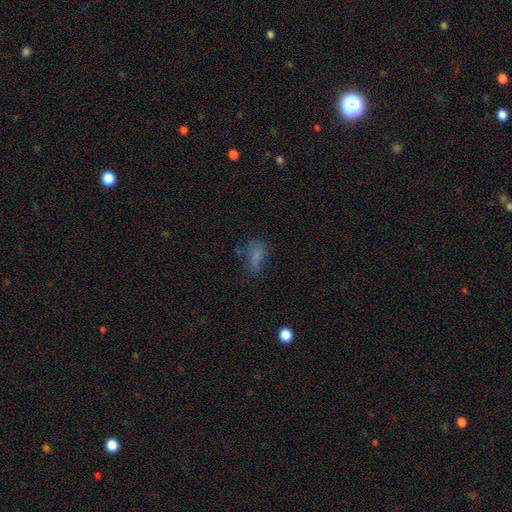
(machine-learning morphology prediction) type=smooth (67%); roundness=in between (74%); merging=none (45%).